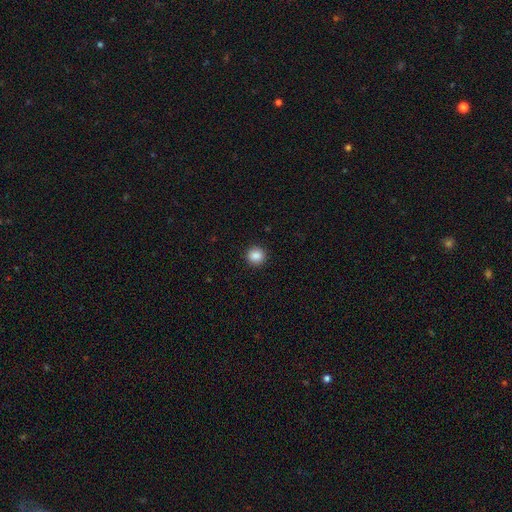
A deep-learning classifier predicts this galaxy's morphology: smooth_or_featured: smooth (p=0.87) [alt: star or artifact p=0.09]
how_rounded: round (p=0.92) [alt: in between p=0.07]
merging: none (p=0.92) [alt: minor disturbance p=0.05]